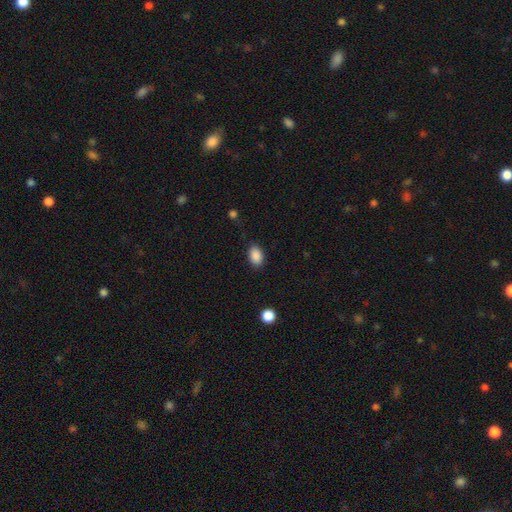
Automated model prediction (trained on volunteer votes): Overall: smooth (89%). How rounded: in between (83%). Merging: none (83%).